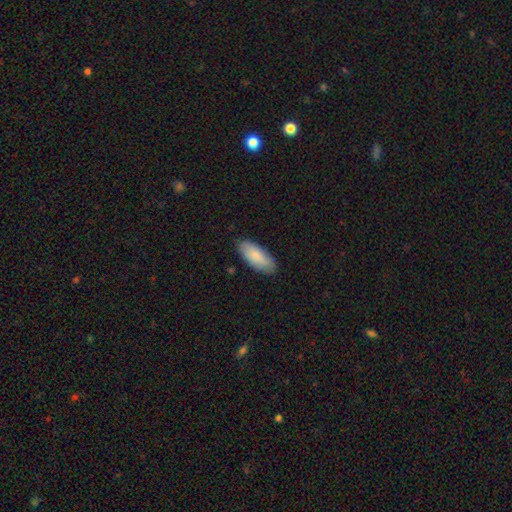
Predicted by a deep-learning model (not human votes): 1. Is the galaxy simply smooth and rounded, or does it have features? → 85% smooth, 10% featured or disk, 5% star or artifact.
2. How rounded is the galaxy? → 83% in between, 15% cigar-shaped, 2% round.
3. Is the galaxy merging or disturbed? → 85% none, 12% minor disturbance, 2% major disturbance, 1% merger.